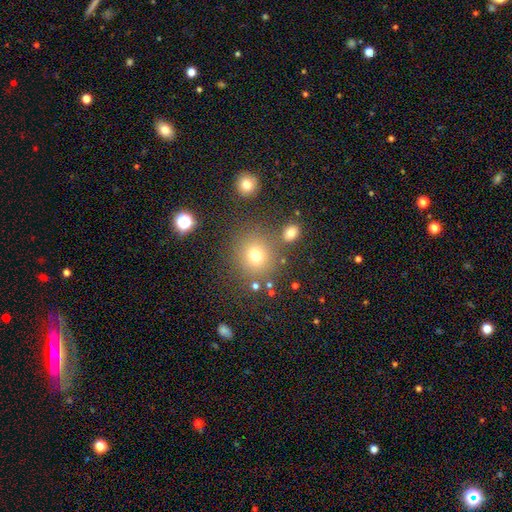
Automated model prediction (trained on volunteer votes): Smooth or featured? smooth (73%)
How rounded? round (88%)
Merging? none (79%)